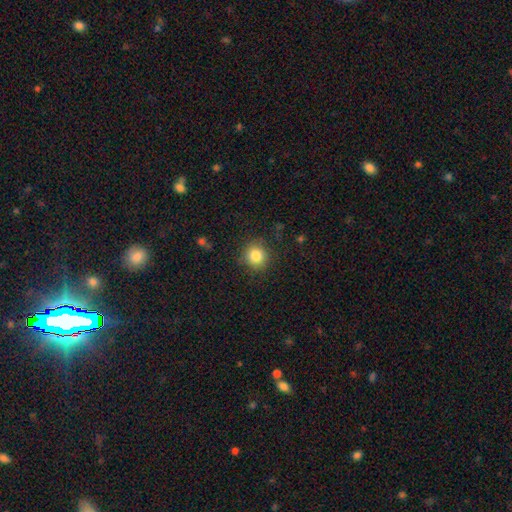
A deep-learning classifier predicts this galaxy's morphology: smooth_or_featured: smooth (p=0.84) [alt: star or artifact p=0.10]
how_rounded: round (p=0.89) [alt: in between p=0.10]
merging: none (p=0.86) [alt: minor disturbance p=0.10]